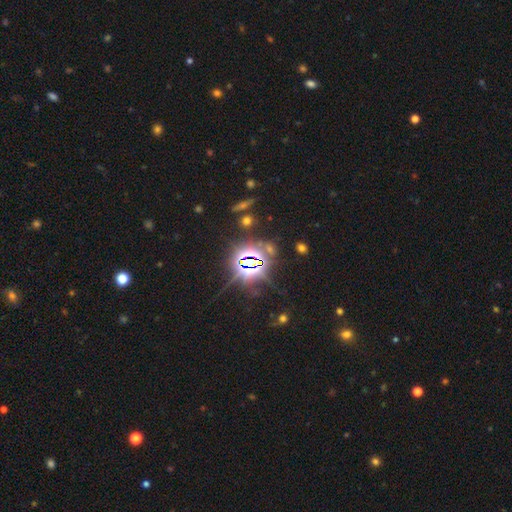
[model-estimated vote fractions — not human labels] This appears to be a star or artifact, not a galaxy (83%).